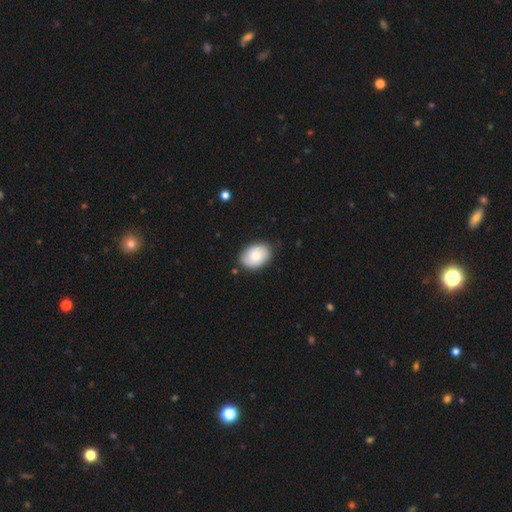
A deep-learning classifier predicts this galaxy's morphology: Smooth or featured? smooth (73%)
How rounded? in between (80%)
Merging? none (81%)